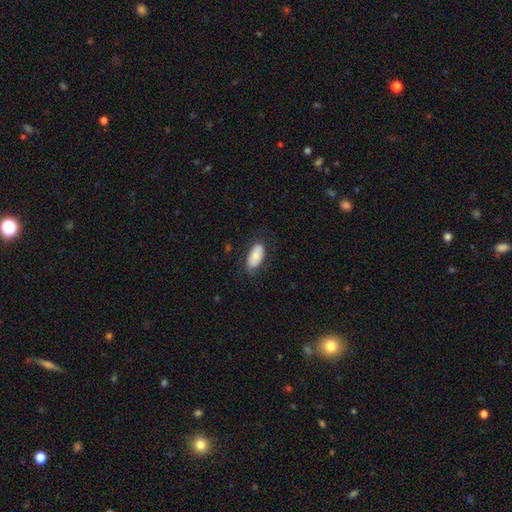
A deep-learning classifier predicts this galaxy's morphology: Smooth or featured? smooth (76%)
How rounded? in between (93%)
Merging? none (77%)